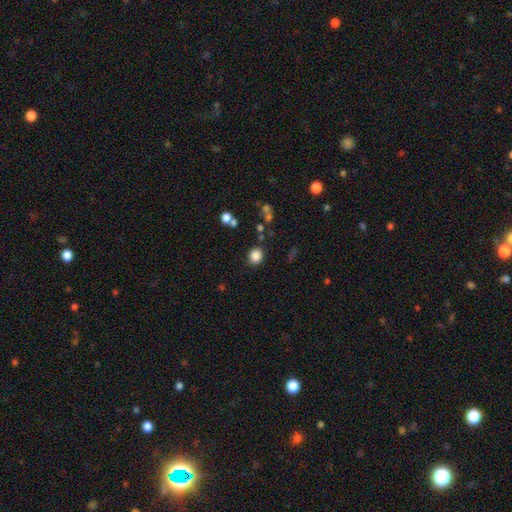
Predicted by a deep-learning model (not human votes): This is clearly a smooth galaxy (84%). How rounded: clearly round (81%). Merging: clearly none (85%).